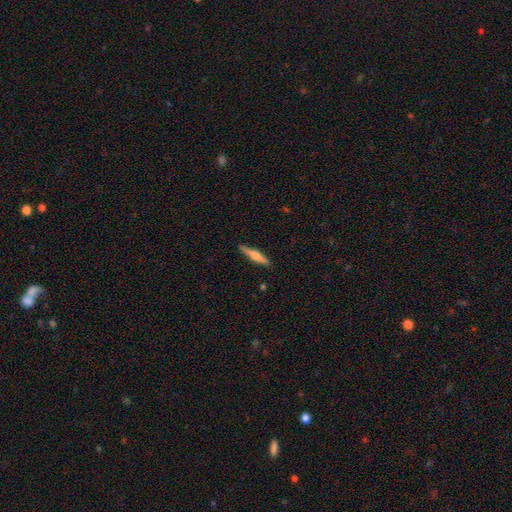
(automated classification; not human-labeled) This is possibly a smooth galaxy (49%). Merging: clearly none (88%).